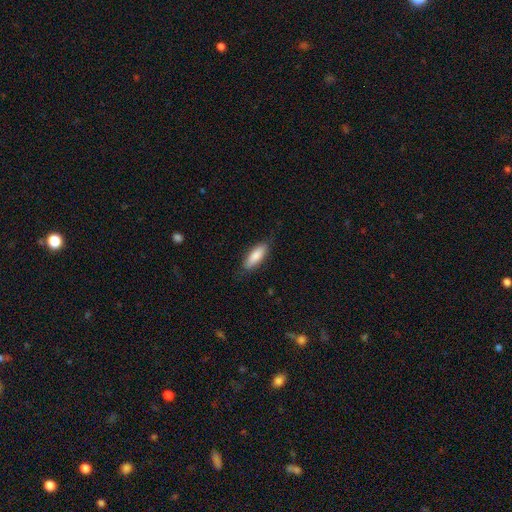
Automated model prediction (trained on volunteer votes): This appears to be a smooth galaxy with no disk features (84%) that is in between round and cigar-shaped (60%). Merging: none (83%).